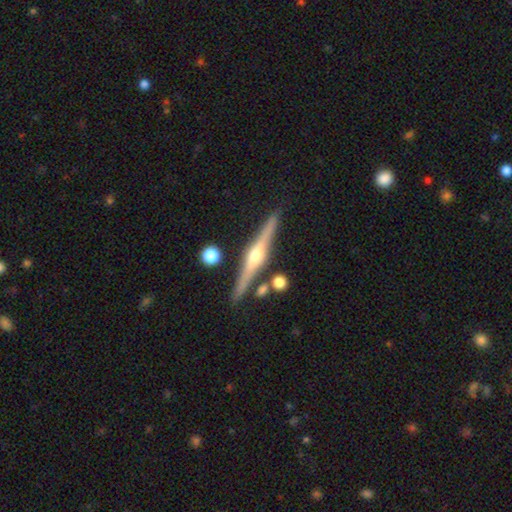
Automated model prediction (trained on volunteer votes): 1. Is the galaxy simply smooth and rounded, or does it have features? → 79% featured or disk, 15% smooth, 6% star or artifact.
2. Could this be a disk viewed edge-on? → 98% yes, 2% no.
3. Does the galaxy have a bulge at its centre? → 92% rounded, 4% boxy, 3% none.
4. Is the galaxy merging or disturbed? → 86% none, 8% minor disturbance, 5% merger, 2% major disturbance.